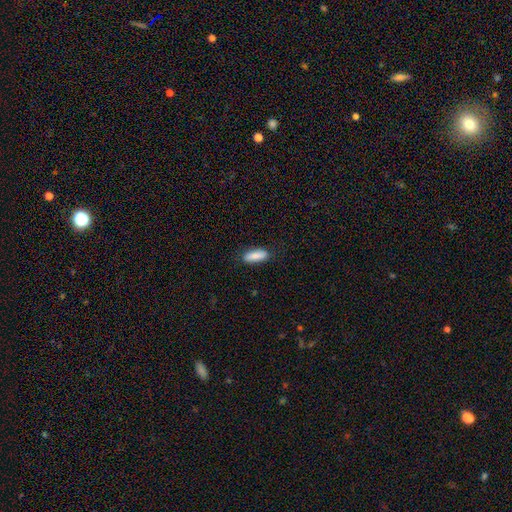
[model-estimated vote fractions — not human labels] smooth_or_featured: smooth (p=0.85) [alt: featured or disk p=0.08]
how_rounded: in between (p=0.63) [alt: cigar-shaped p=0.35]
merging: none (p=0.84) [alt: minor disturbance p=0.12]